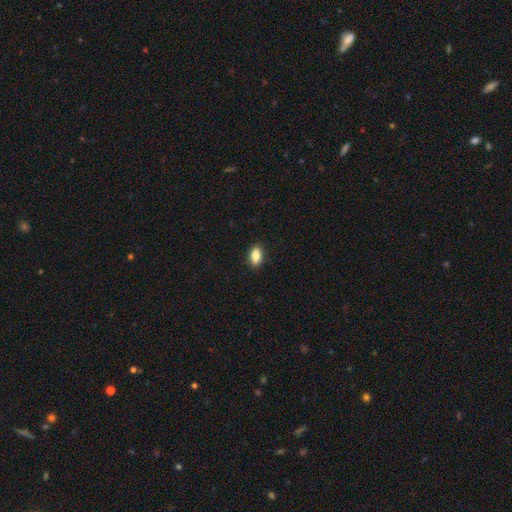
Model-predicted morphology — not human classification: A smooth galaxy with no disk features (84%) that is in between round and cigar-shaped (88%).

Vote fractions:
- Smooth or featured? smooth: 84% / featured or disk: 9% / star or artifact: 8%
- How rounded? in between: 88% / round: 6% / cigar-shaped: 6%
- Merging? none: 89% / minor disturbance: 8% / major disturbance: 2% / merger: 1%